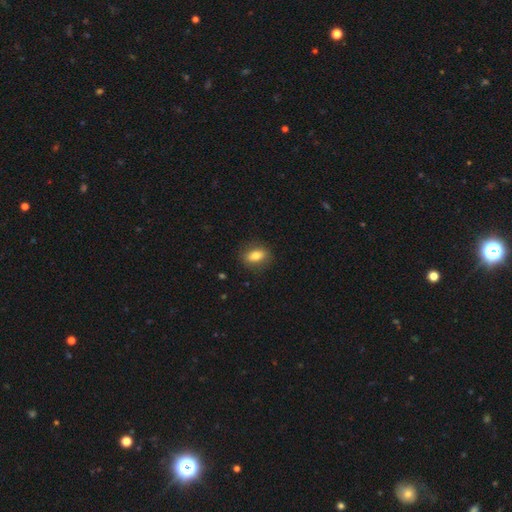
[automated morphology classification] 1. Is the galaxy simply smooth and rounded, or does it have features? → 78% smooth, 14% featured or disk, 8% star or artifact.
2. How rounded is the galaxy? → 78% in between, 17% round, 5% cigar-shaped.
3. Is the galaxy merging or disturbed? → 84% none, 12% minor disturbance, 3% major disturbance, 1% merger.